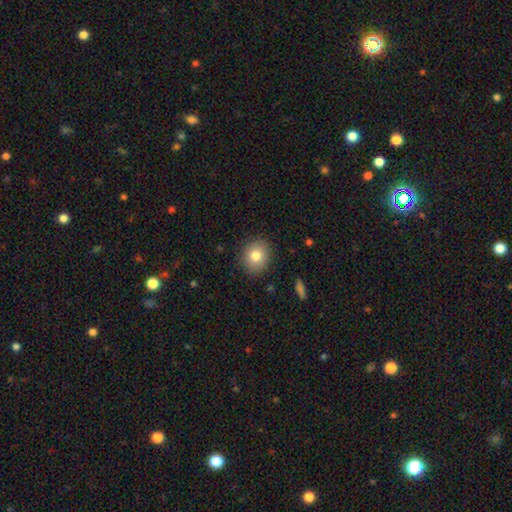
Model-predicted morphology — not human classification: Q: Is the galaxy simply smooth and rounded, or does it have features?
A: smooth — 81%.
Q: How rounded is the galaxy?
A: round — 73%.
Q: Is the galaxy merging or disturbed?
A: none — 88%.